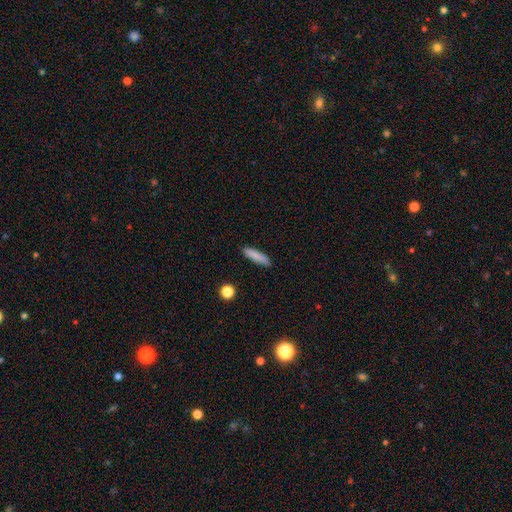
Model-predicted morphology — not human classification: Smooth or featured?
  - smooth: 85% *
  - featured or disk: 8%
  - star or artifact: 7%
How rounded?
  - cigar-shaped: 78% *
  - in between: 20%
  - round: 2%
Merging?
  - none: 89% *
  - minor disturbance: 8%
  - major disturbance: 2%
  - merger: 1%